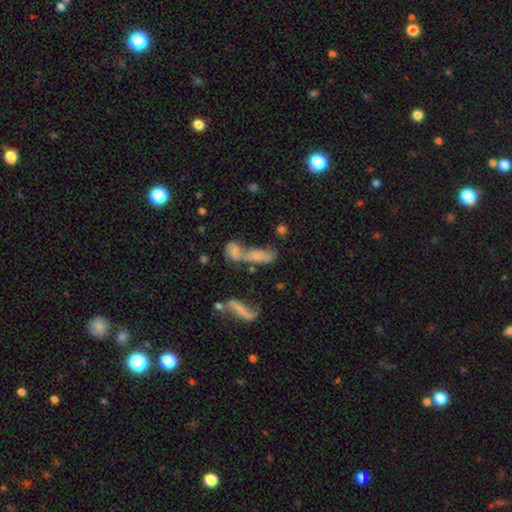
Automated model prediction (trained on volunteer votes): Morphology: type=smooth (46%); merging=merger (52%).